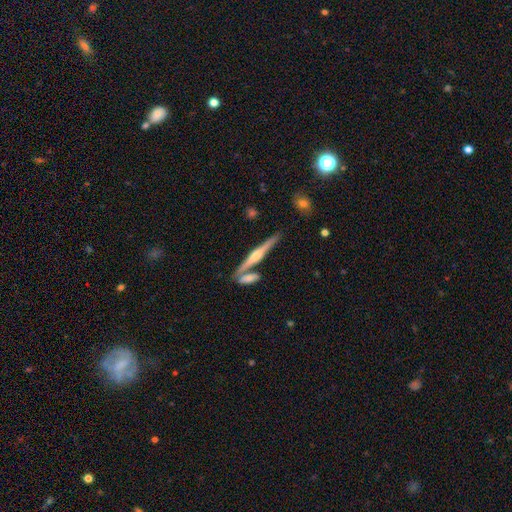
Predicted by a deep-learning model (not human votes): Overall: featured or disk (75%). Edge-on disk: yes (98%). Edge-on bulge: rounded (87%). Merging: none (75%).